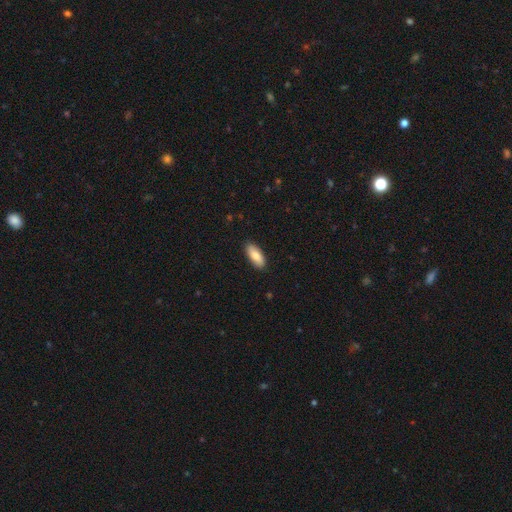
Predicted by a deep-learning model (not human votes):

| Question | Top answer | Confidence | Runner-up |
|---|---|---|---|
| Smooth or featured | smooth | 82% | featured or disk (13%) |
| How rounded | in between | 85% | cigar-shaped (13%) |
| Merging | none | 88% | minor disturbance (9%) |